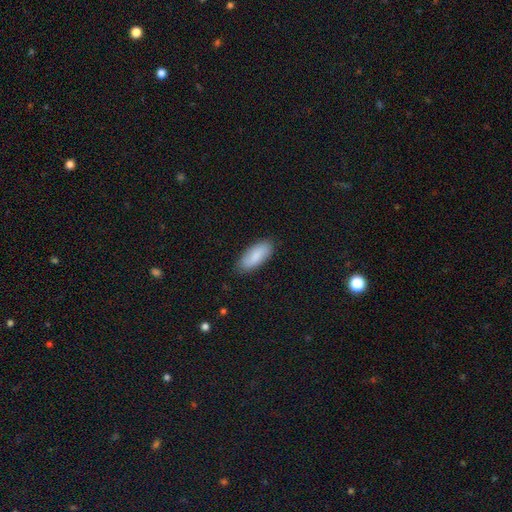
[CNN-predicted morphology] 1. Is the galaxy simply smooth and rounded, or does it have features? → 83% smooth, 11% featured or disk, 6% star or artifact.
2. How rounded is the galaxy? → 82% in between, 16% cigar-shaped, 2% round.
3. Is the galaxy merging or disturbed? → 84% none, 13% minor disturbance, 2% major disturbance, 1% merger.